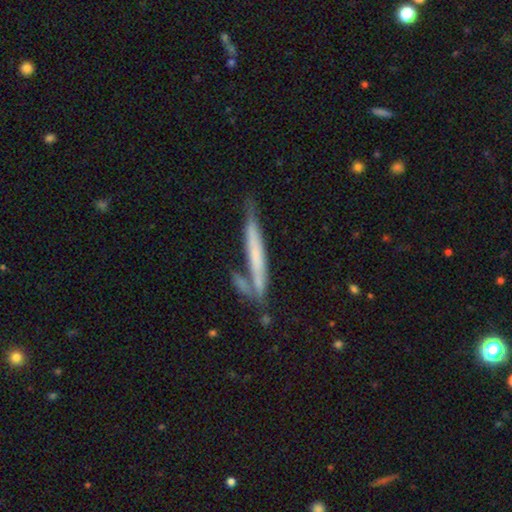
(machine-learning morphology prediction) Smooth or featured? Predicted: smooth (p=0.47). Merging? Predicted: none (p=0.57).